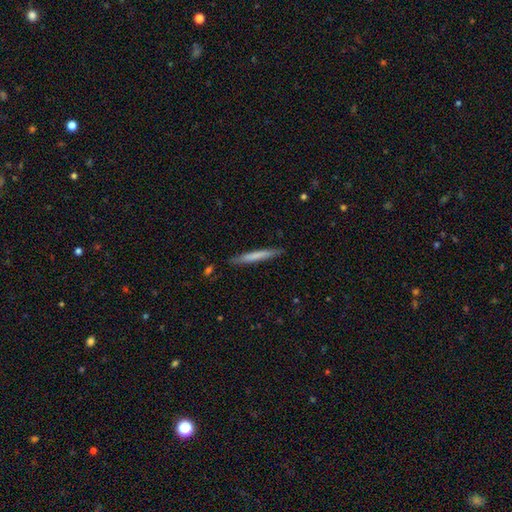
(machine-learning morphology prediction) Smooth or featured?
  - smooth: 68% *
  - featured or disk: 26%
  - star or artifact: 5%
How rounded?
  - cigar-shaped: 96% *
  - in between: 3%
  - round: 1%
Merging?
  - none: 88% *
  - minor disturbance: 10%
  - major disturbance: 2%
  - merger: 1%